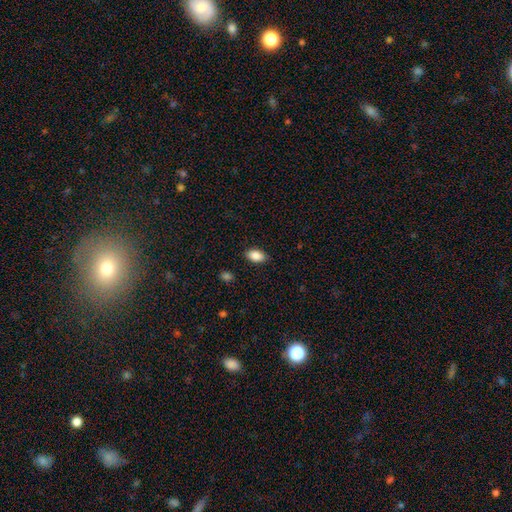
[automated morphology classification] Overall: smooth (88%). How rounded: in between (92%). Merging: none (86%).